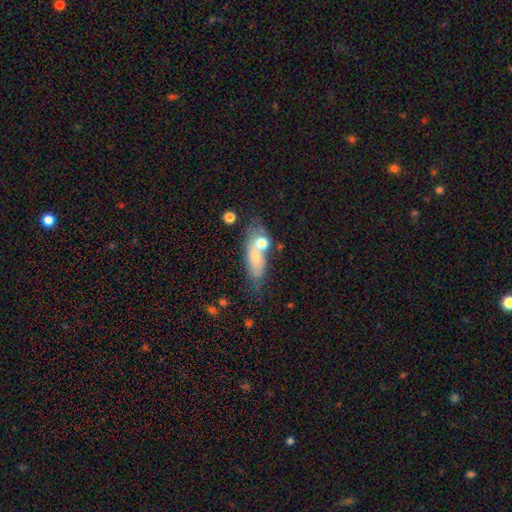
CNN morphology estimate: Smooth or featured: smooth — 64% (featured or disk — 25%)
How rounded: in between — 62% (cigar-shaped — 29%)
Merging: none — 48% (merger — 22%)